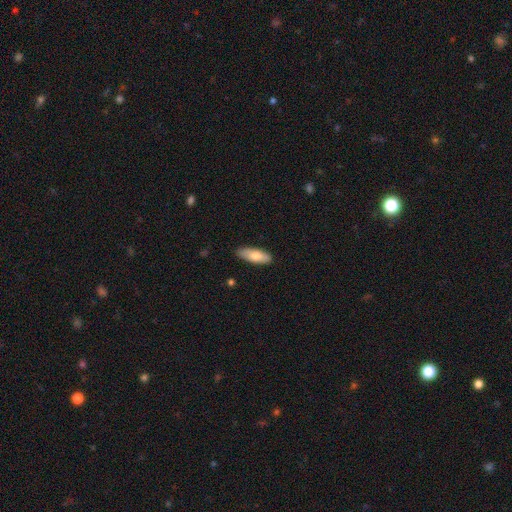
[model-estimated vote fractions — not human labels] This is likely a smooth galaxy (76%). How rounded: likely in between (70%). Merging: clearly none (84%).